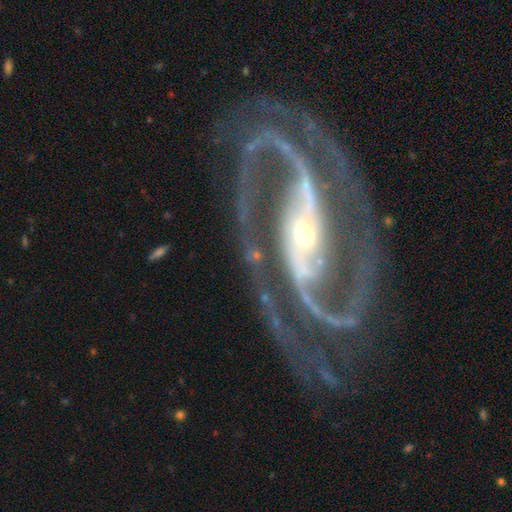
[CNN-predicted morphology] smooth_or_featured: featured or disk (p=0.94) [alt: star or artifact p=0.04]
disk_edge_on: no (p=0.97) [alt: yes p=0.03]
bar: strong (p=0.64) [alt: weak p=0.21]
has_spiral_arms: yes (p=0.98) [alt: no p=0.02]
spiral_winding: medium (p=0.60) [alt: tight p=0.25]
spiral_arm_count: 2 (p=0.87) [alt: 3 p=0.05]
bulge_size: small (p=0.65) [alt: moderate p=0.30]
merging: none (p=0.77) [alt: minor disturbance p=0.13]